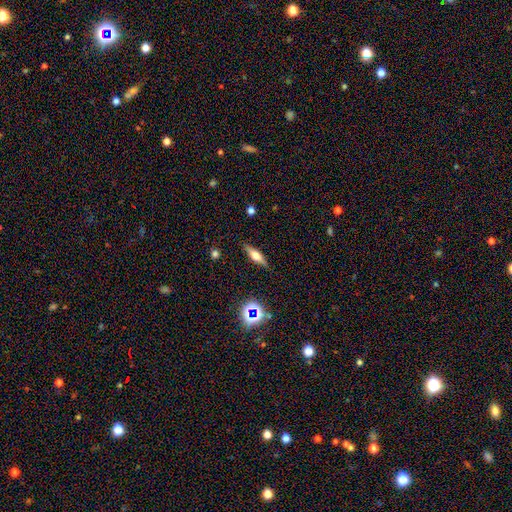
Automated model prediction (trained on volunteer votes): Overall: featured or disk (48%; smooth 41%). Merging: none (86%).